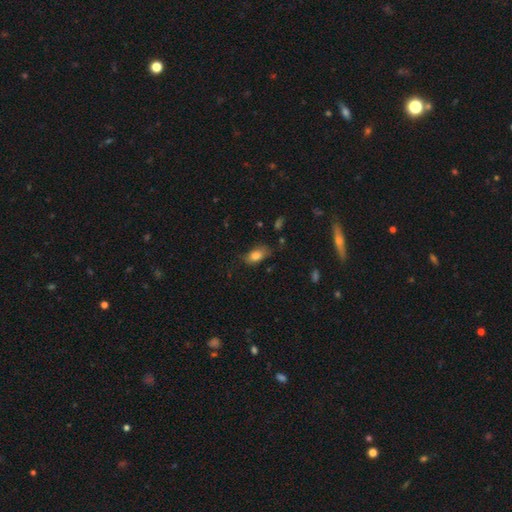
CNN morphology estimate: This appears to be a smooth galaxy with no disk features (81%) that is in between round and cigar-shaped (87%). Merging: none (67%).